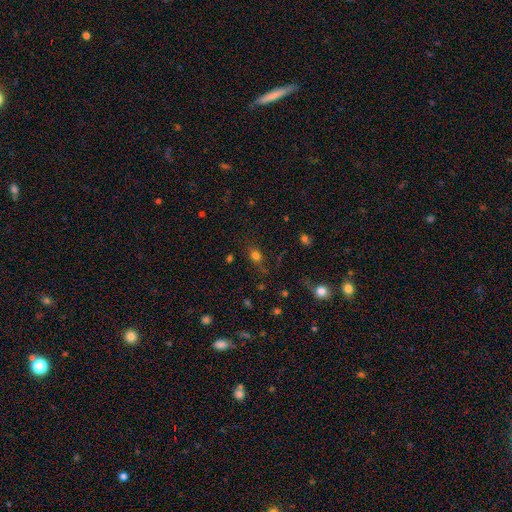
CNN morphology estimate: This appears to be a smooth galaxy with no disk features (73%) that is round (54%). Merging: none (72%).